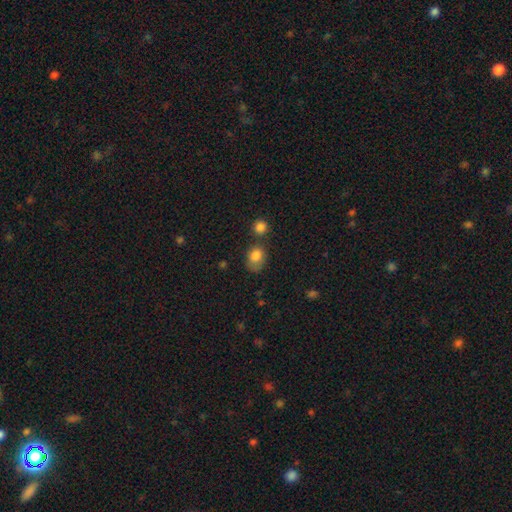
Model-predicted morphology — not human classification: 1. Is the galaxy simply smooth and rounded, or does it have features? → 81% smooth, 10% star or artifact, 9% featured or disk.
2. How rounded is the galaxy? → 60% in between, 39% round, 1% cigar-shaped.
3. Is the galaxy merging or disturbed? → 45% none, 28% minor disturbance, 14% merger, 13% major disturbance.